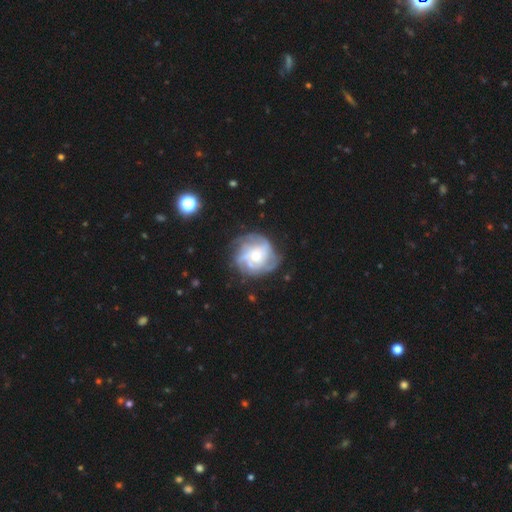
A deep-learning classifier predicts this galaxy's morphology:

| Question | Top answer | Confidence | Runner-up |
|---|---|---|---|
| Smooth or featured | featured or disk | 77% | smooth (16%) |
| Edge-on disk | no | 97% | yes (3%) |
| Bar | no | 76% | weak (20%) |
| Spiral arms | yes | 90% | no (10%) |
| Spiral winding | tight | 55% | medium (32%) |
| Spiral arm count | can't tell | 37% | 3 (21%) |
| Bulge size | moderate | 50% | small (37%) |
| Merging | none | 69% | minor disturbance (19%) |